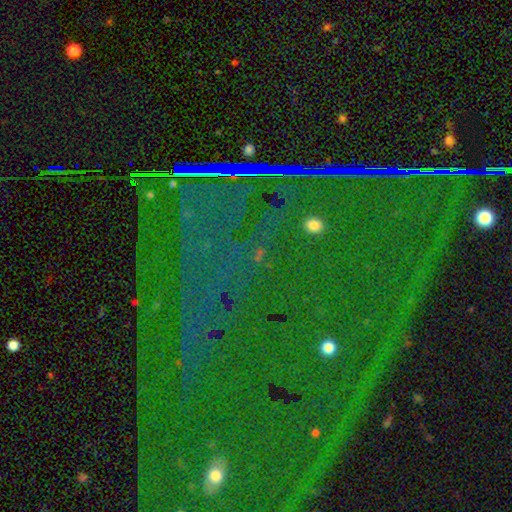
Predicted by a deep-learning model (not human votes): Smooth or featured? star or artifact (85%)